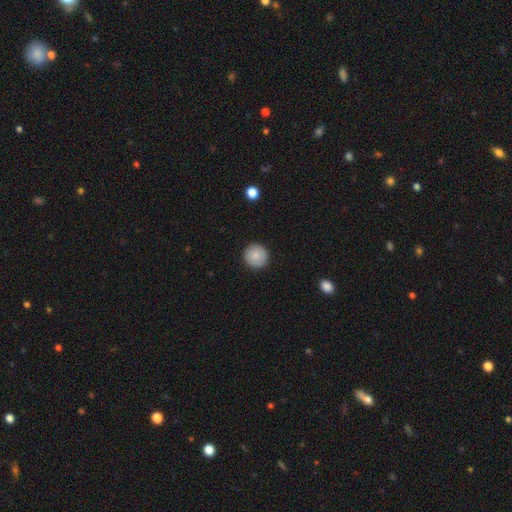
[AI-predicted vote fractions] This appears to be a smooth galaxy with no disk features (84%) that is round (96%). Merging: none (92%).